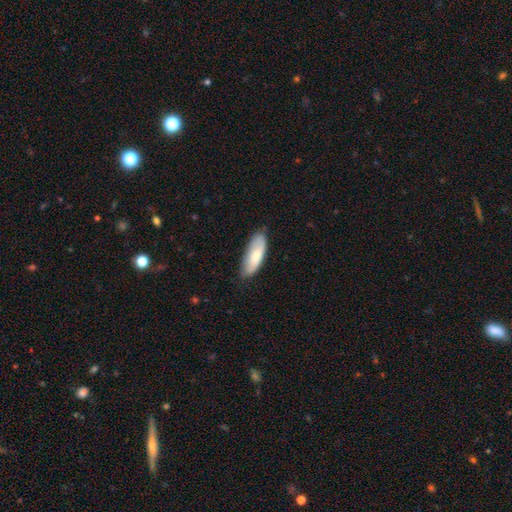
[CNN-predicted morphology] This is likely a smooth galaxy (73%). How rounded: likely in between (65%). Merging: likely none (75%).